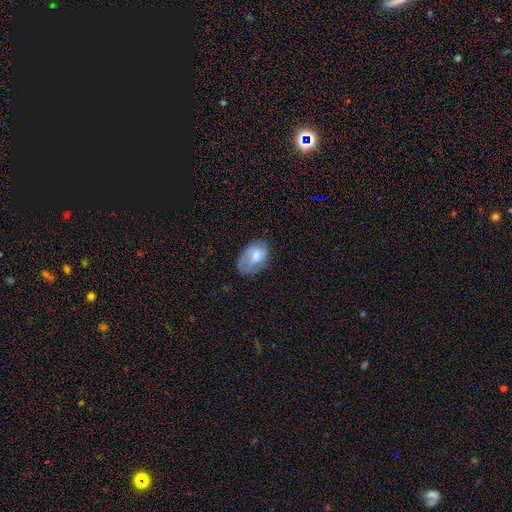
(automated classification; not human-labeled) This appears to be a smooth galaxy with no disk features (64%) that is in between round and cigar-shaped (87%). Merging: none (54%).